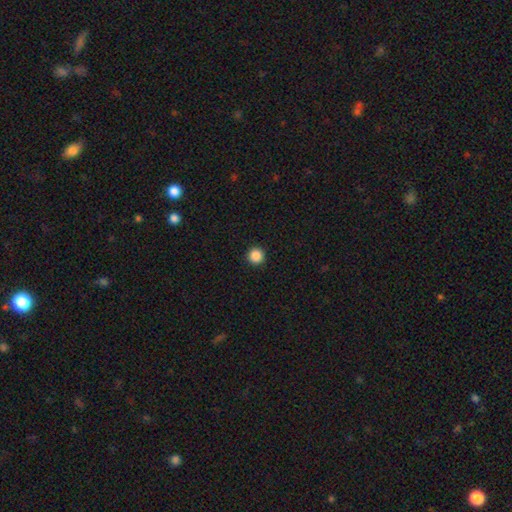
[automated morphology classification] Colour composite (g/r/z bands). It shows a smooth galaxy with no disk features (87%) that is round (97%). Merging: none (94%).